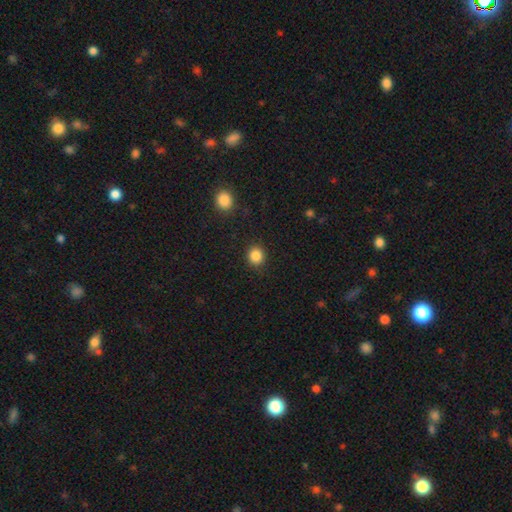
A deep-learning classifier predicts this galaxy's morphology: A smooth galaxy with no disk features (86%) that is round (84%). Merging: none (90%).